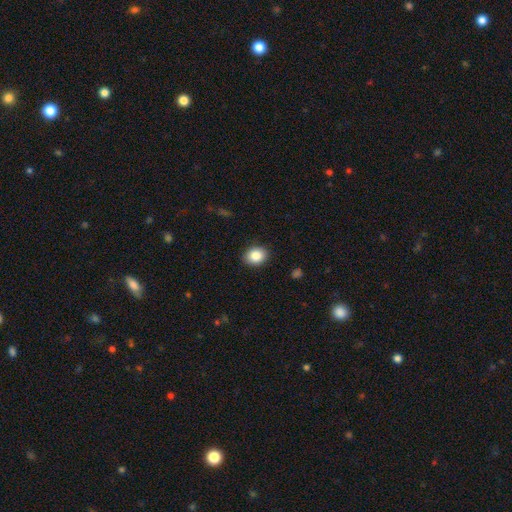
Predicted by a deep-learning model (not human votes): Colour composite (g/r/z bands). It shows a smooth galaxy with no disk features (86%) that is in between round and cigar-shaped (52%). Merging: none (90%).